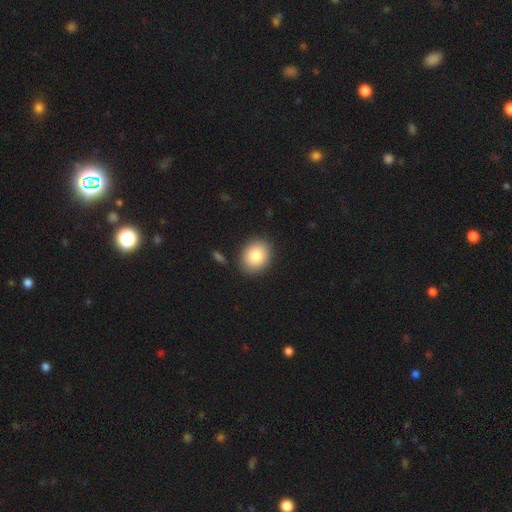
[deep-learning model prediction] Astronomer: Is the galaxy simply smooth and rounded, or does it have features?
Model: smooth — 83%.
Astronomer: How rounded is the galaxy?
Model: round — 56% (runner-up: in between, 43%).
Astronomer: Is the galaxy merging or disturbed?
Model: none — 87%.